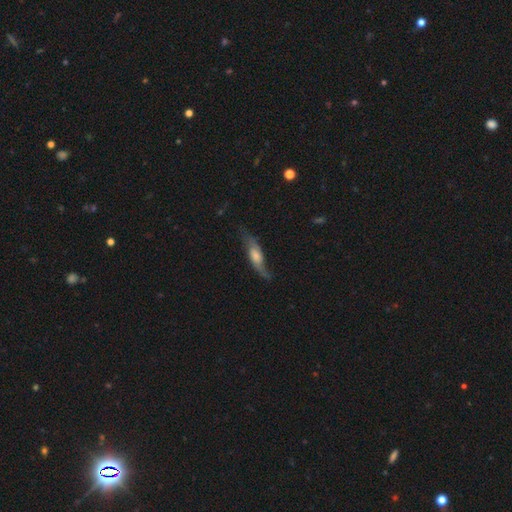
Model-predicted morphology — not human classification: featured or disk 59%, smooth 35%, star or artifact 6%. Down the decision tree: edge-on disk — no (65%); merging — none (60%).